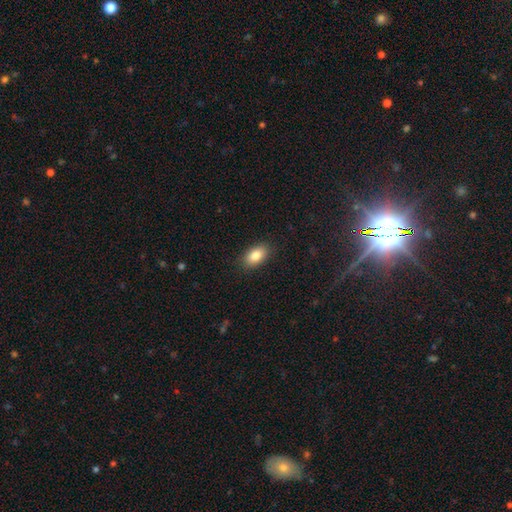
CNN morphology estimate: The model was most divided on "smooth or featured": smooth: 83%, featured or disk: 9%, star or artifact: 8%. More confident: how rounded — in between (91%); merging — none (88%).